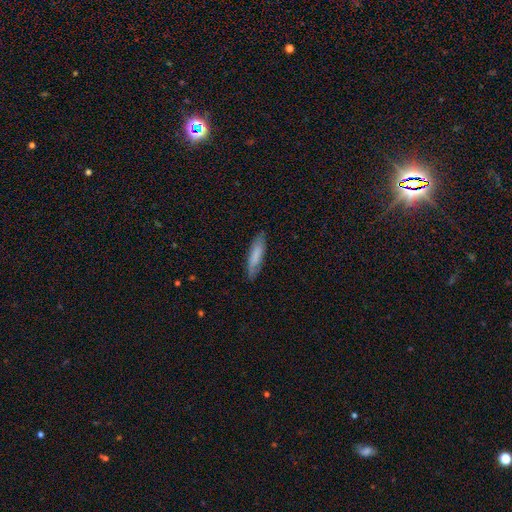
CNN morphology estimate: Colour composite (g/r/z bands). It shows a smooth galaxy with no disk features (72%) that is cigar-shaped (73%). Merging: none (82%).